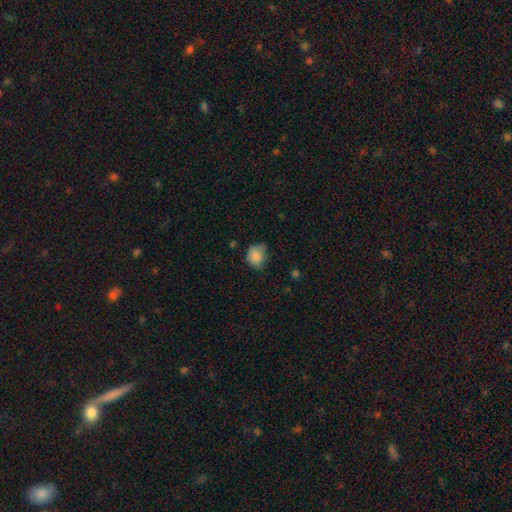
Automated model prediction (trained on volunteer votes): A smooth galaxy with no disk features (84%) that is round (58%).

Vote fractions:
- Smooth or featured? smooth: 84% / star or artifact: 9% / featured or disk: 8%
- How rounded? round: 58% / in between: 41% / cigar-shaped: 1%
- Merging? none: 54% / minor disturbance: 36% / major disturbance: 9% / merger: 2%